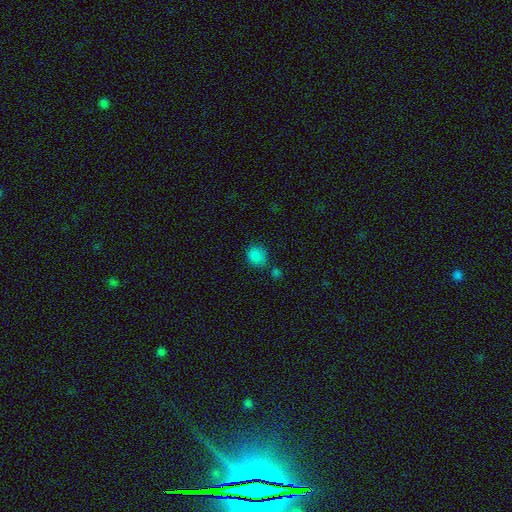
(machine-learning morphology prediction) Overall: smooth (84%). How rounded: round (75%). Merging: none (72%).